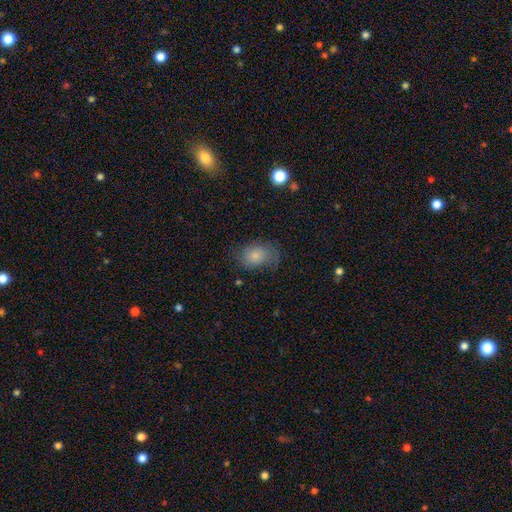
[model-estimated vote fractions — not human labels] smooth-or-featured: smooth: 66% | featured or disk: 24% | star or artifact: 10%
  how-rounded: in between: 66% | round: 33% | cigar-shaped: 1%
  merging: none: 54% | minor disturbance: 27% | major disturbance: 18% | merger: 2%